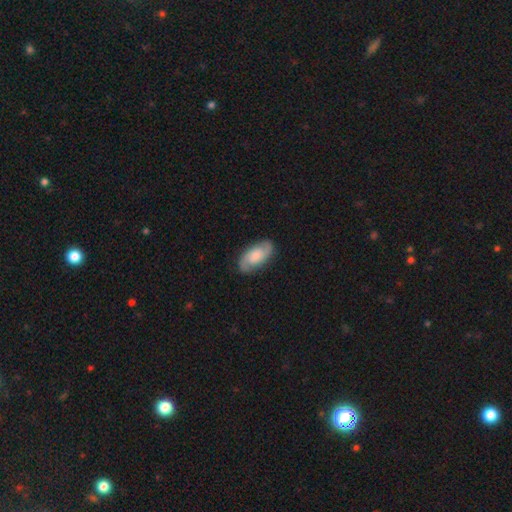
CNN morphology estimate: featured or disk 62%, smooth 32%, star or artifact 6%. Down the decision tree: edge-on disk — no (95%); bar — no (62%); spiral arms — yes (92%); spiral arm count — 2 (90%); spiral winding — medium (47%); bulge size — moderate (28%); merging — none (84%).